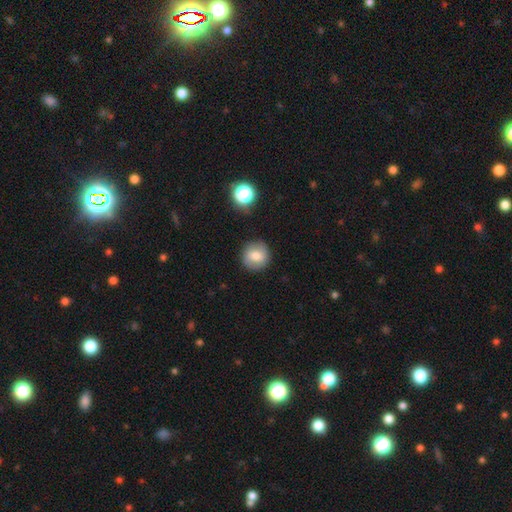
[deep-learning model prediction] This appears to be a smooth galaxy with no disk features (74%) that is round (91%). Merging: none (87%).